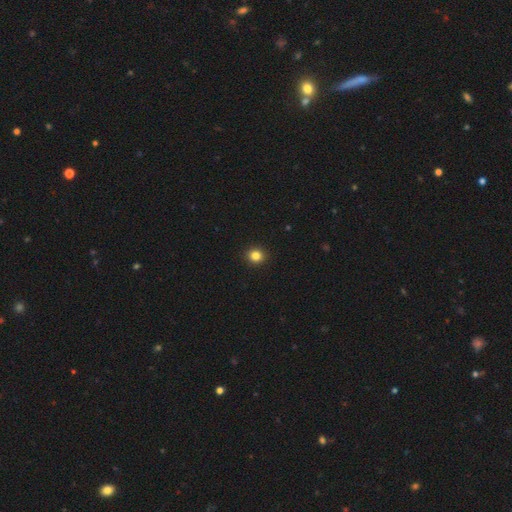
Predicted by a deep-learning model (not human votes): Smooth or featured: smooth — 84% (star or artifact — 12%)
How rounded: round — 85% (in between — 15%)
Merging: none — 93% (minor disturbance — 5%)